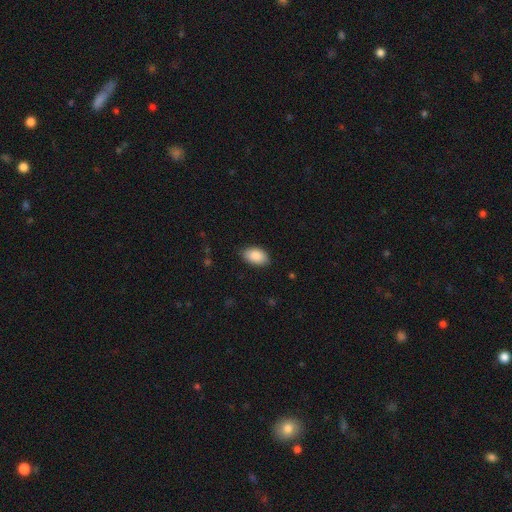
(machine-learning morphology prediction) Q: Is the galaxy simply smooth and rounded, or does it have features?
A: smooth — 89%.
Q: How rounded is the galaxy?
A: in between — 93%.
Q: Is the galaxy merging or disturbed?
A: none — 85%.